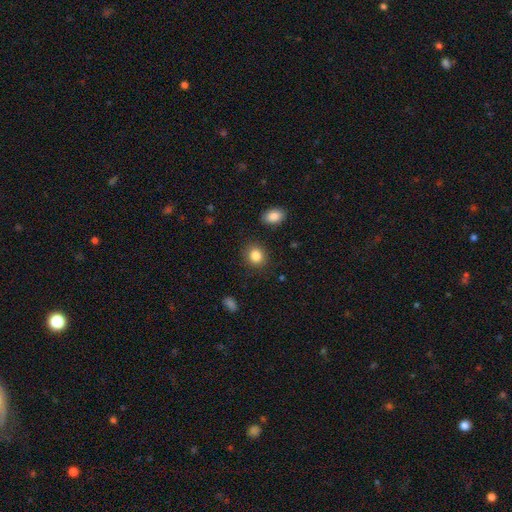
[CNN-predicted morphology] This appears to be a smooth galaxy with no disk features (86%) that is round (70%). Merging: none (87%).